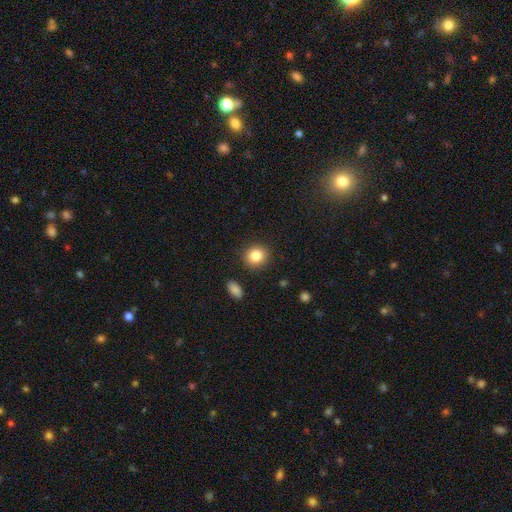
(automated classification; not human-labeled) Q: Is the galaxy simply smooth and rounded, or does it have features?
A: smooth — 84%.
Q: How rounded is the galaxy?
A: round — 84%.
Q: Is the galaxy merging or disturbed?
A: none — 89%.